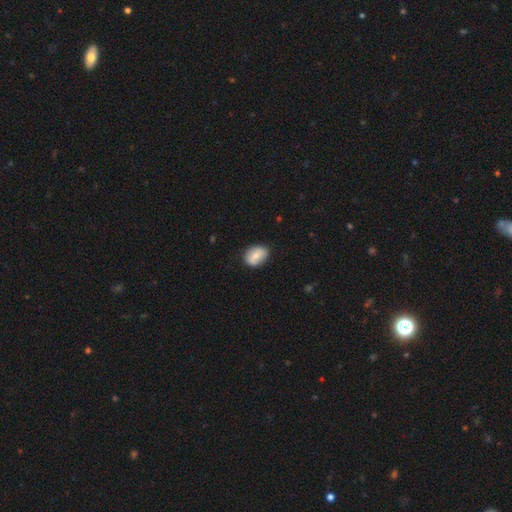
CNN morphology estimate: smooth 68%, featured or disk 25%, star or artifact 7%. Down the decision tree: how rounded — in between (65%); merging — none (79%).